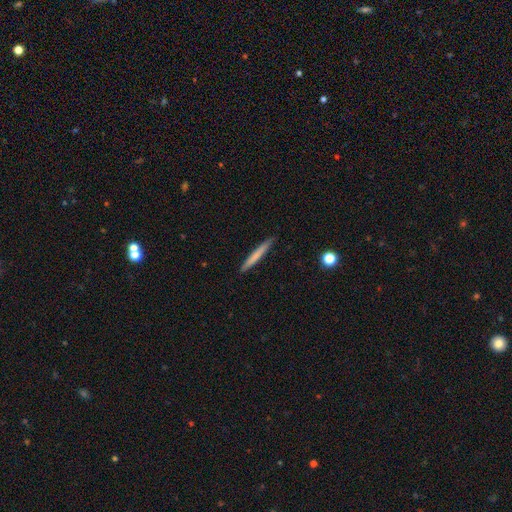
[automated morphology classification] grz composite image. It shows a smooth galaxy with no disk features (68%) that is cigar-shaped (97%). Merging: none (90%).